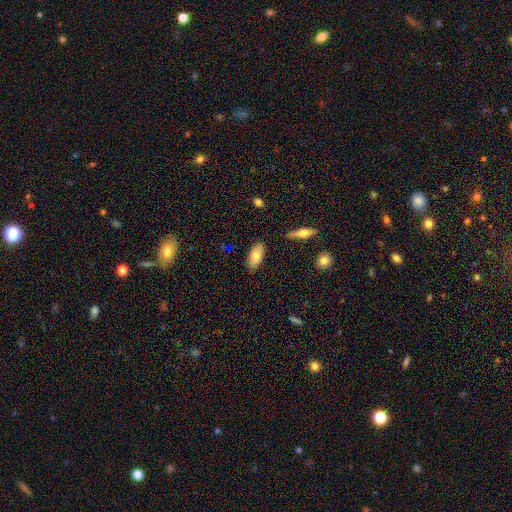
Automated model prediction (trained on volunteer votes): This appears to be a smooth galaxy with no disk features (75%) that is in between round and cigar-shaped (89%). Merging: none (84%).